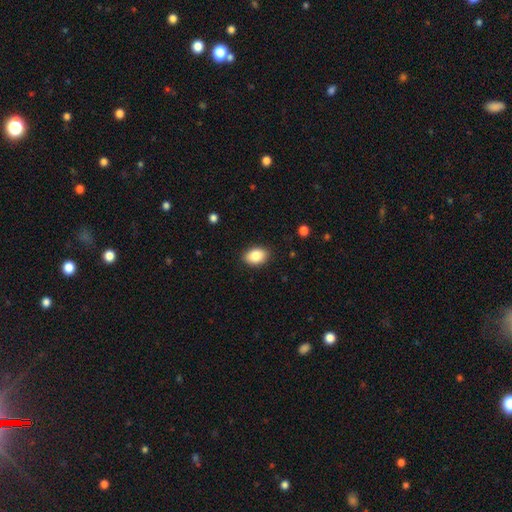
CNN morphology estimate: type=smooth (86%); roundness=in between (84%); merging=none (88%).